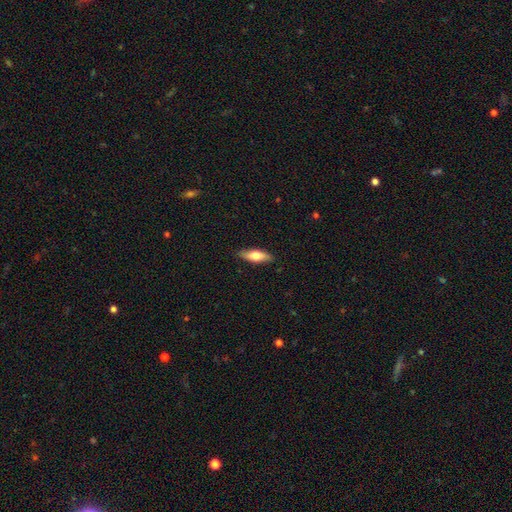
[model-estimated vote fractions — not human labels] Q: Smooth or featured?
A: smooth (67%); runner-up: featured or disk (28%)
Q: How rounded?
A: in between (55%); runner-up: cigar-shaped (43%)
Q: Merging?
A: none (87%); runner-up: minor disturbance (11%)